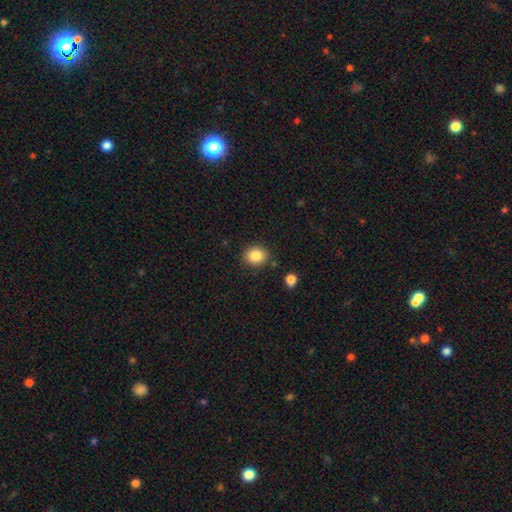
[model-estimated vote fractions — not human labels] Smooth or featured? Predicted: smooth (p=0.86). How rounded? Predicted: round (p=0.72). Merging? Predicted: none (p=0.86).